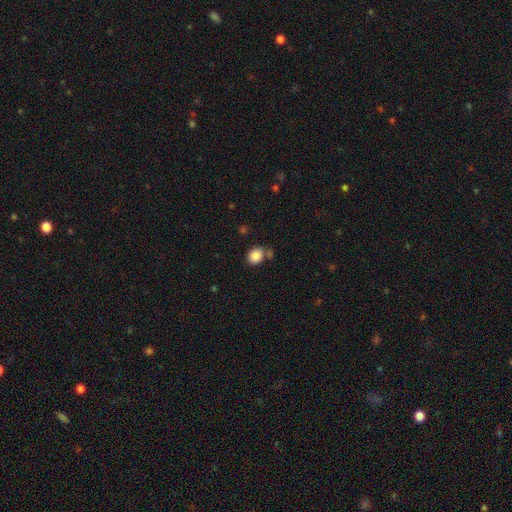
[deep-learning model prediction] The model was most divided on "how rounded": round: 56%, in between: 43%, cigar-shaped: 1%. More confident: smooth or featured — smooth (87%); merging — none (68%).